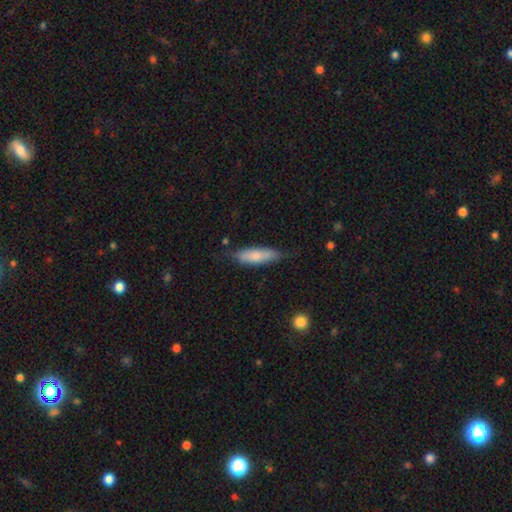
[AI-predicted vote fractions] A smooth galaxy with no disk features (74%) that is cigar-shaped (58%).

Vote fractions:
- Smooth or featured? smooth: 74% / featured or disk: 20% / star or artifact: 6%
- How rounded? cigar-shaped: 58% / in between: 40% / round: 2%
- Merging? none: 71% / minor disturbance: 23% / major disturbance: 4% / merger: 2%